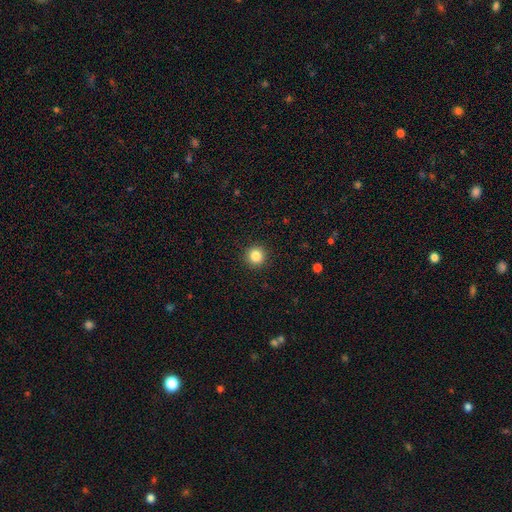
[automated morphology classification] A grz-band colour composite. It shows a smooth galaxy with no disk features (85%) that is round (94%). Merging: none (92%).